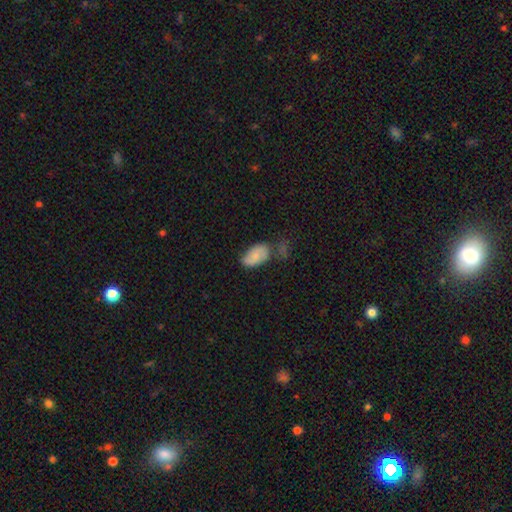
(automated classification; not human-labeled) Overall: smooth (74%). How rounded: in between (94%). Merging: none (49%; minor disturbance 28%).